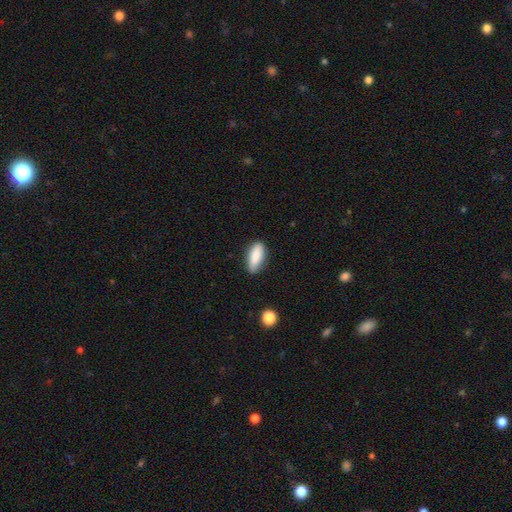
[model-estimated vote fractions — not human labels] smooth 86%, featured or disk 7%, star or artifact 6%. Down the decision tree: how rounded — in between (76%); merging — none (80%).